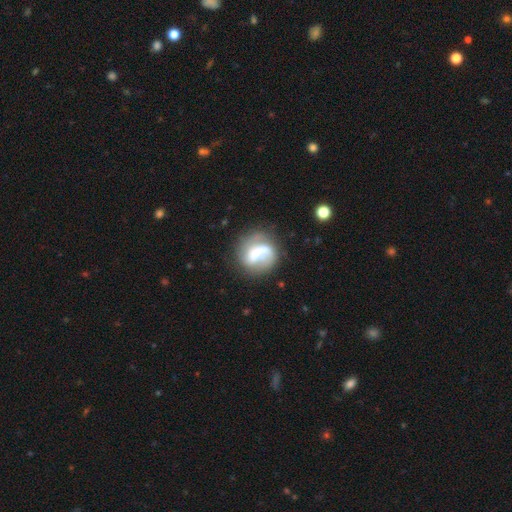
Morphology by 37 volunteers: smooth_or_featured: smooth (p=0.51) [alt: featured or disk p=0.49]
how_rounded: round (p=0.79) [alt: in between p=0.21]
merging: none (p=0.54) [alt: major disturbance p=0.27]